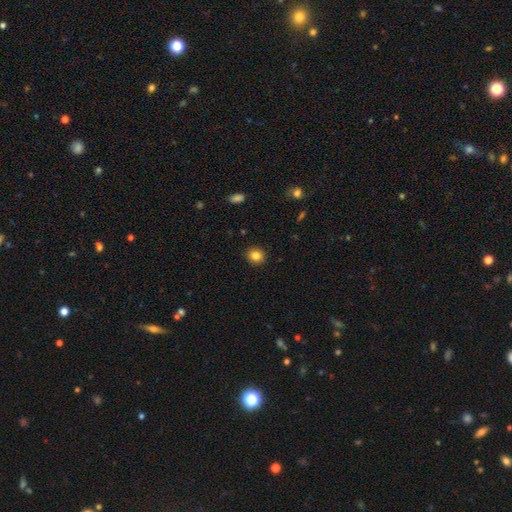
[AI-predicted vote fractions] Overall: smooth (84%). How rounded: round (75%). Merging: none (90%).